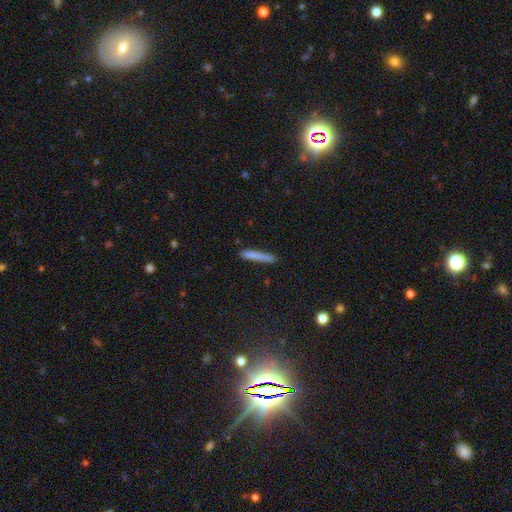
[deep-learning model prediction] A smooth galaxy with no disk features (78%) that is cigar-shaped (96%).

Vote fractions:
- Smooth or featured? smooth: 78% / featured or disk: 15% / star or artifact: 7%
- How rounded? cigar-shaped: 96% / in between: 3% / round: 1%
- Merging? none: 82% / minor disturbance: 13% / major disturbance: 3% / merger: 2%